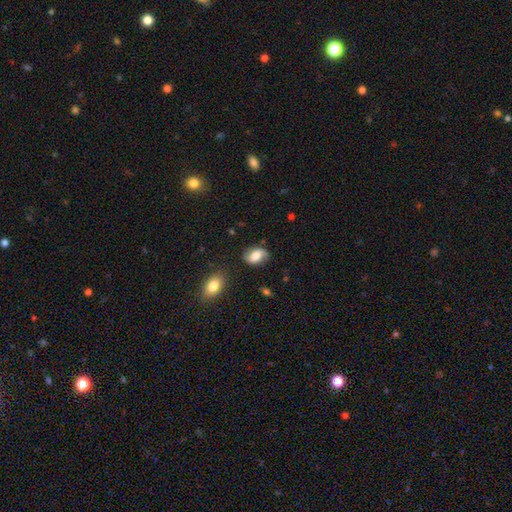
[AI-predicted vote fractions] A smooth galaxy with no disk features (54%) that is in between round and cigar-shaped (80%). Merging: none (73%).